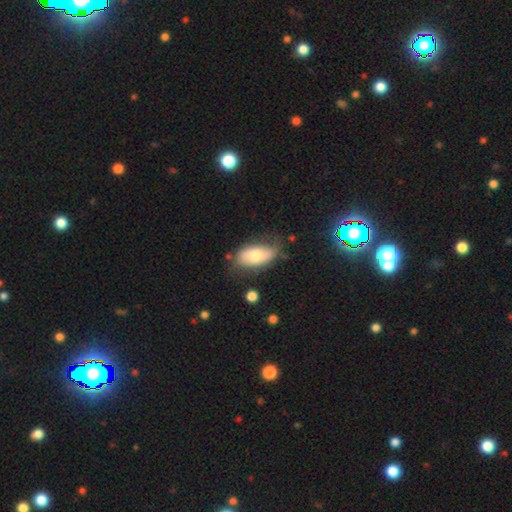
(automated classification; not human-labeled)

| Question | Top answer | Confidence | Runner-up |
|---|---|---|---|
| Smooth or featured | smooth | 64% | featured or disk (30%) |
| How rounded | in between | 91% | cigar-shaped (5%) |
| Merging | none | 56% | minor disturbance (30%) |